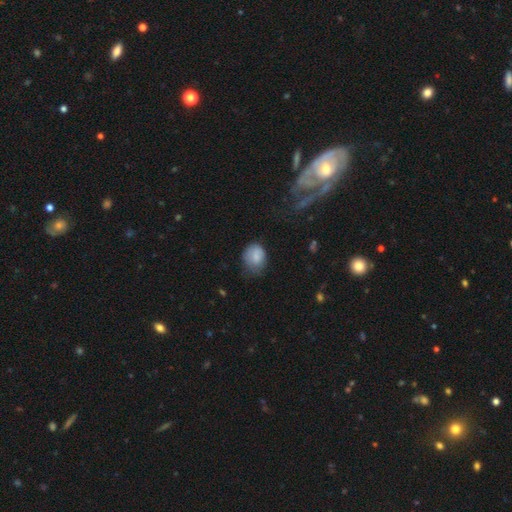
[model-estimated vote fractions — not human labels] This is likely a smooth galaxy (80%). How rounded: possibly in between (55%). Merging: possibly none (48%).